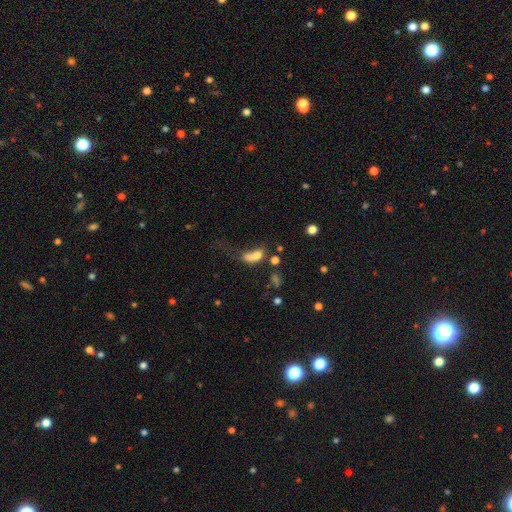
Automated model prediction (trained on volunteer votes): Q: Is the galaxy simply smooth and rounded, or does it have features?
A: smooth — 66%.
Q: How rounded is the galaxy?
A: in between — 71%.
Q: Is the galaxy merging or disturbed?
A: merger — 41%.